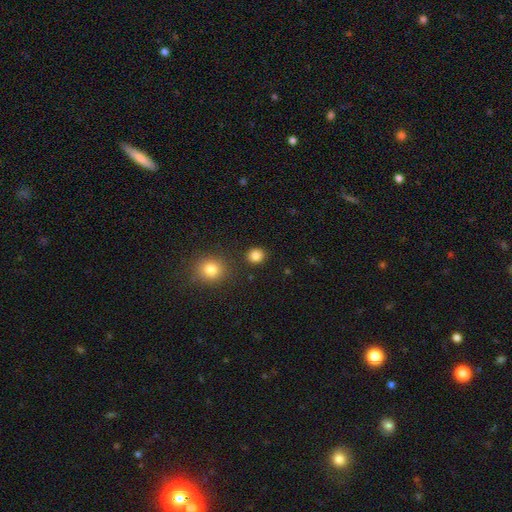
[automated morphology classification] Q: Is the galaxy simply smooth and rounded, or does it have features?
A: smooth — 85%.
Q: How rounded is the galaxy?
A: round — 85%.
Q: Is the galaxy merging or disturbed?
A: none — 88%.